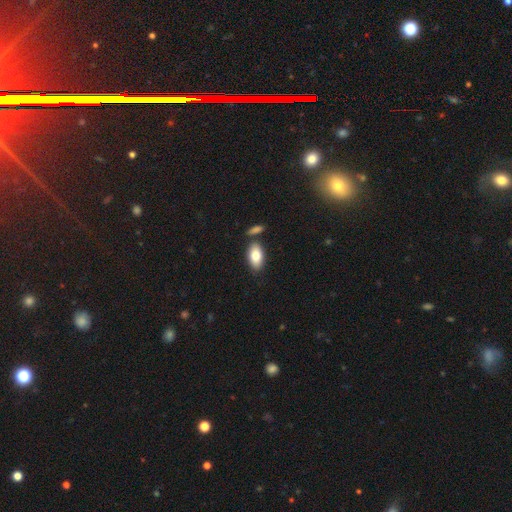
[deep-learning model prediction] Overall: smooth (81%). How rounded: in between (93%). Merging: none (74%).